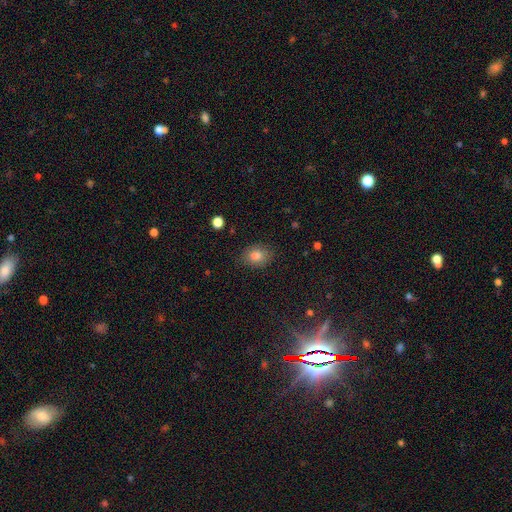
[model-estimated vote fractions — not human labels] smooth_or_featured: smooth (p=0.82) [alt: star or artifact p=0.10]
how_rounded: in between (p=0.57) [alt: round p=0.42]
merging: none (p=0.83) [alt: minor disturbance p=0.13]